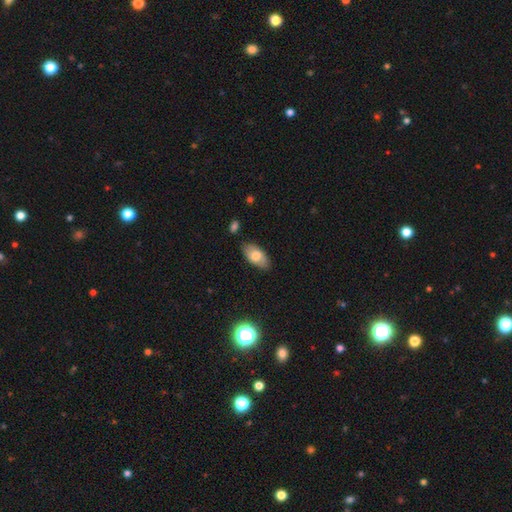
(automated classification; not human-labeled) Morphology: type=smooth (72%); roundness=in between (93%); merging=none (82%).